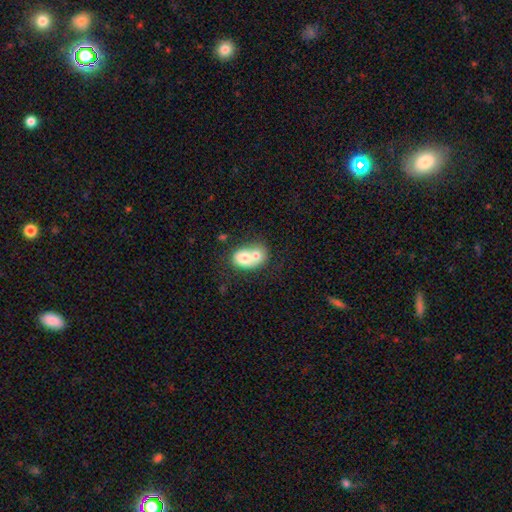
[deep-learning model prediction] Overall: smooth (68%). How rounded: in between (60%; round 39%). Merging: merger (72%).